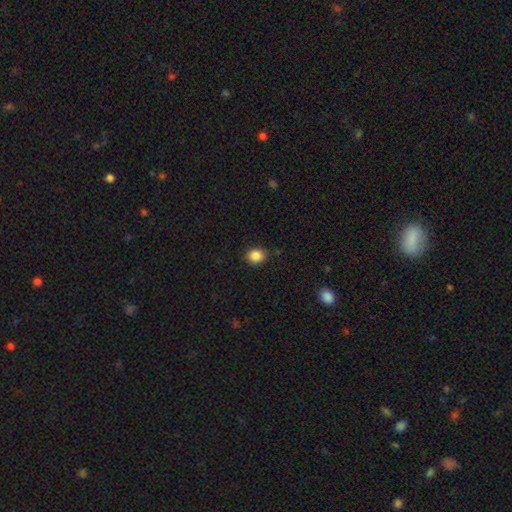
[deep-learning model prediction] smooth_or_featured: smooth (p=0.86) [alt: star or artifact p=0.10]
how_rounded: round (p=0.66) [alt: in between p=0.33]
merging: none (p=0.84) [alt: minor disturbance p=0.12]